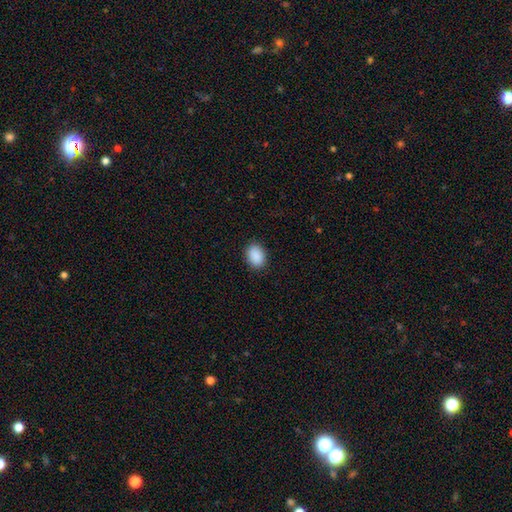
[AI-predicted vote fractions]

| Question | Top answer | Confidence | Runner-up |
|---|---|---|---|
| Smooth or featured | smooth | 91% | star or artifact (7%) |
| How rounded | in between | 77% | round (22%) |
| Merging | none | 89% | minor disturbance (8%) |